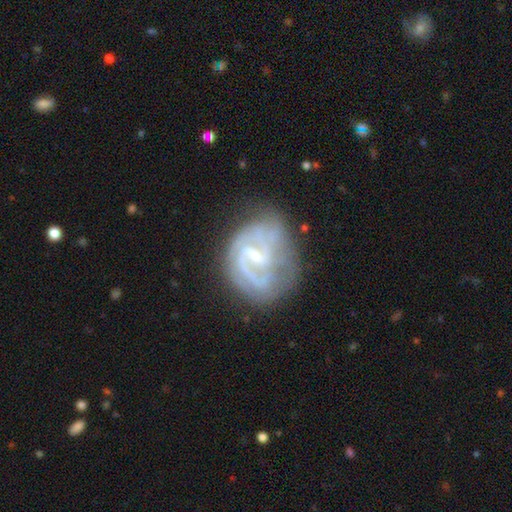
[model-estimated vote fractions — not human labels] A featured or disk galaxy (85%) with a weak bar (53%), 2 (52%) tight (47%) spiral arms (92%) and a small central bulge (64%). Merging: none (57%).